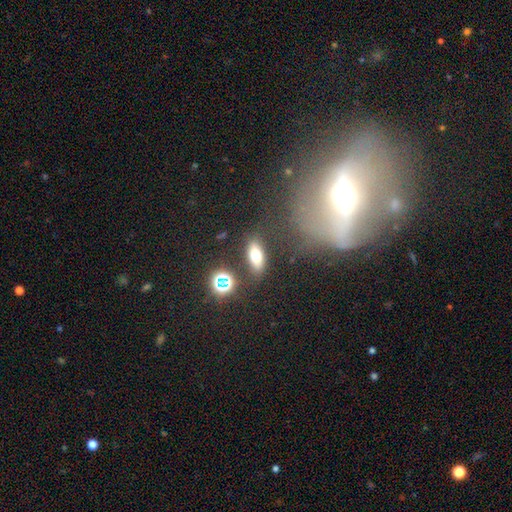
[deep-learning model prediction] This appears to be a smooth galaxy with no disk features (67%) that is in between round and cigar-shaped (72%). Merging: none (81%).